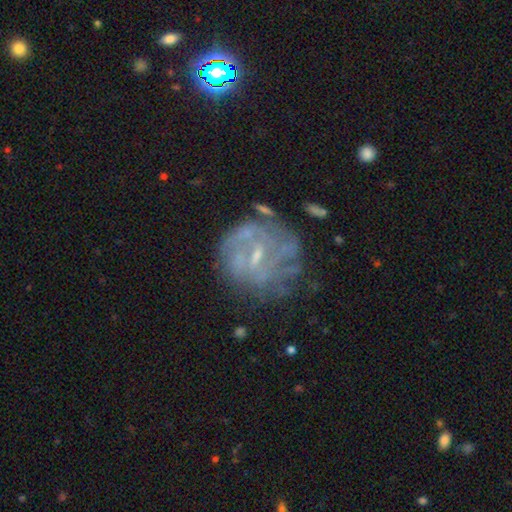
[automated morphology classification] A featured or disk galaxy (71%) with a weak bar (51%), spiral arms (59%) and a small central bulge (59%).

Vote fractions:
- Smooth or featured? featured or disk: 71% / smooth: 17% / star or artifact: 12%
- Edge-on disk? no: 98% / yes: 2%
- Bar? weak: 51% / no: 35% / strong: 13%
- Spiral arms? yes: 59% / no: 41%
- Bulge size? small: 59% / moderate: 23% / none: 16% / large: 1% / dominant: 1%
- Merging? none: 60% / minor disturbance: 20% / major disturbance: 16% / merger: 4%